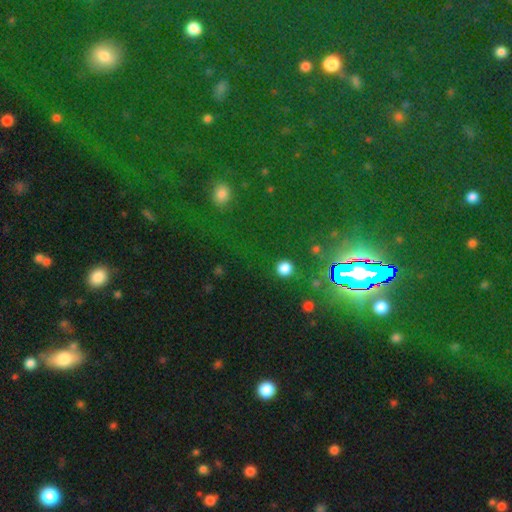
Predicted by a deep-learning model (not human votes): A star or artifact, not a galaxy (72%).